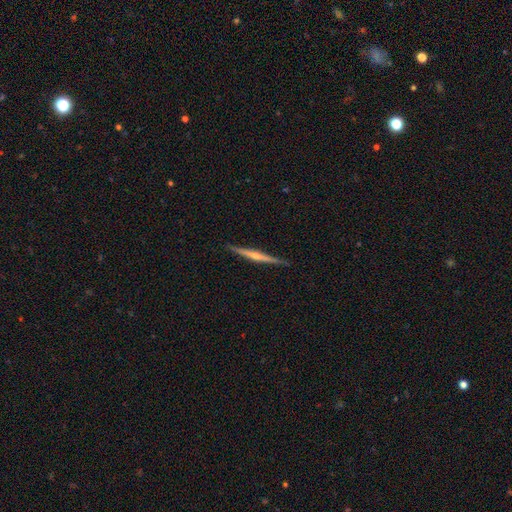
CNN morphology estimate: Smooth or featured? Predicted: featured or disk (p=0.74). Edge-on disk? Predicted: yes (p=0.98). Edge-on bulge? Predicted: rounded (p=0.71). Merging? Predicted: none (p=0.90).